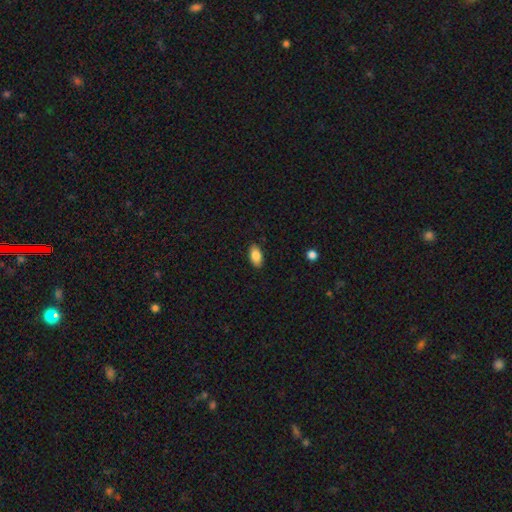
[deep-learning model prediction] This appears to be a smooth galaxy with no disk features (86%) that is in between round and cigar-shaped (92%). Merging: none (88%).